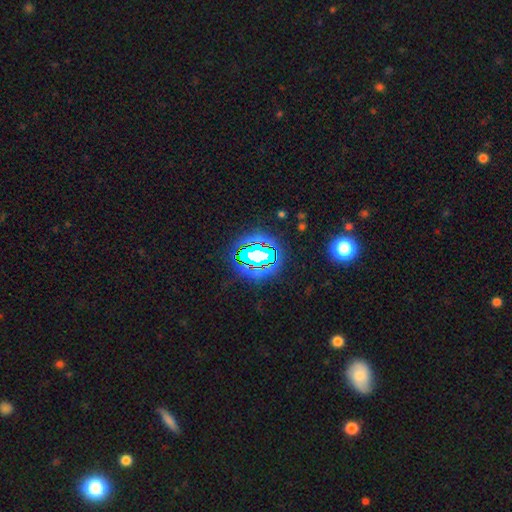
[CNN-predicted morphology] Smooth or featured? Predicted: star or artifact (p=0.70).